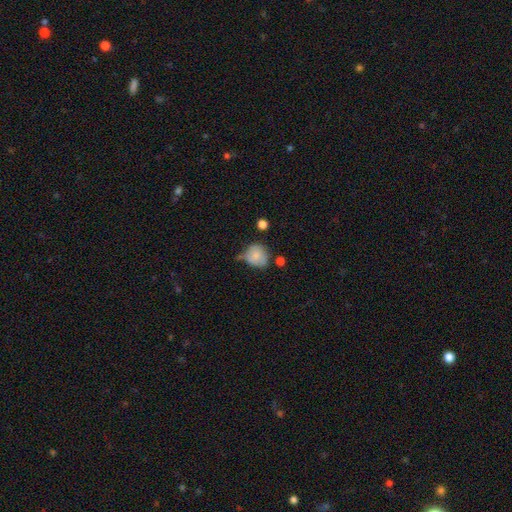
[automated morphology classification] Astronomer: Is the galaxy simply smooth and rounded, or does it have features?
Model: smooth — 76%.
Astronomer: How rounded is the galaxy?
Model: round — 78%.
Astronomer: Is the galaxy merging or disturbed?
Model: none — 46% (runner-up: minor disturbance, 35%).